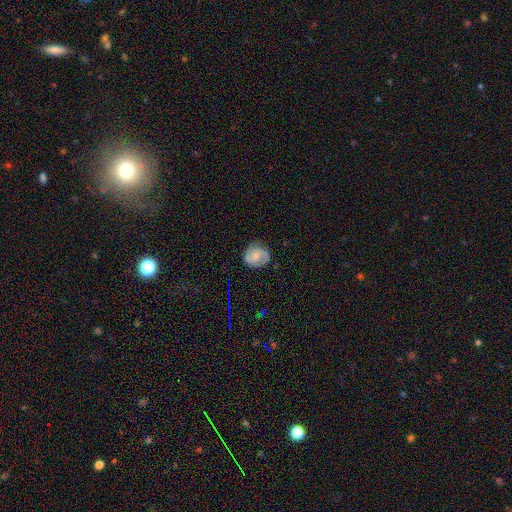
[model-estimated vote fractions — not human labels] This appears to be a featured or disk galaxy (65%) with no bar (47%), 2 (85%) medium (48%) spiral arms (94%) and no central bulge (35%). Merging: none (80%).